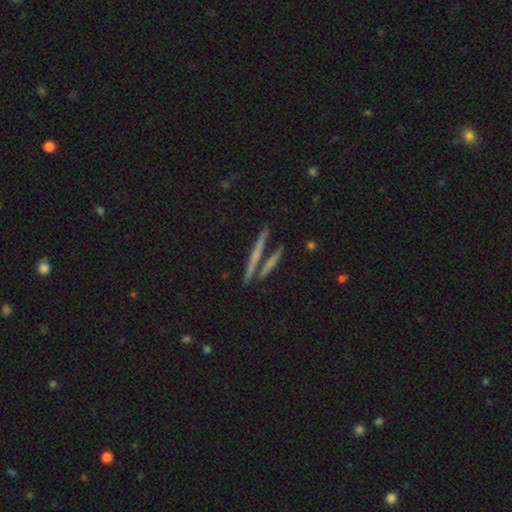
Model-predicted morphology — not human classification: Smooth or featured?
  - featured or disk: 51% *
  - smooth: 39%
  - star or artifact: 10%
Edge-on disk?
  - yes: 94% *
  - no: 6%
Merging?
  - none: 78% *
  - merger: 12%
  - minor disturbance: 7%
  - major disturbance: 3%